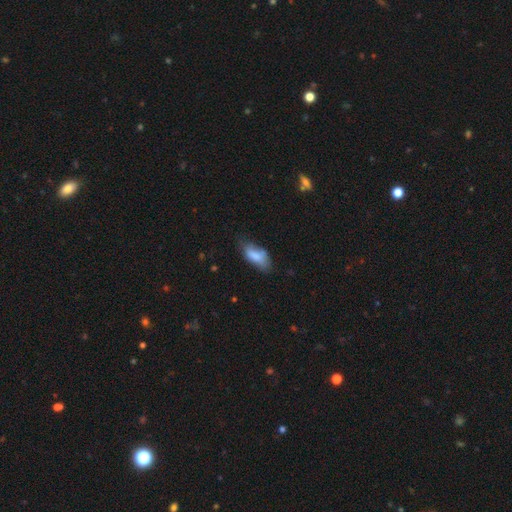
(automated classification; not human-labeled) smooth-or-featured: smooth: 78% | featured or disk: 14% | star or artifact: 8%
  how-rounded: in between: 87% | cigar-shaped: 10% | round: 3%
  merging: none: 45% | minor disturbance: 37% | major disturbance: 14% | merger: 4%